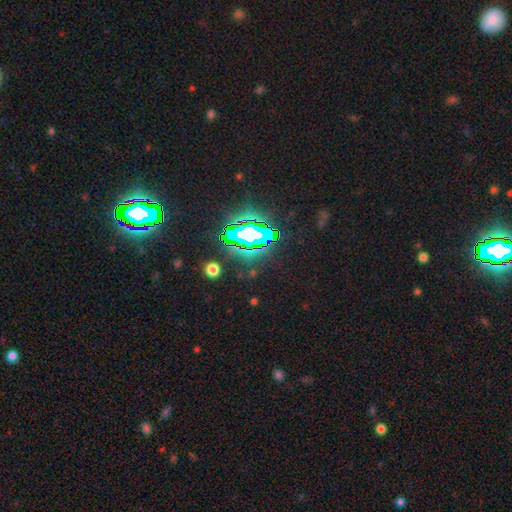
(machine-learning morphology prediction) Smooth or featured?
  - star or artifact: 79% *
  - smooth: 12%
  - featured or disk: 10%